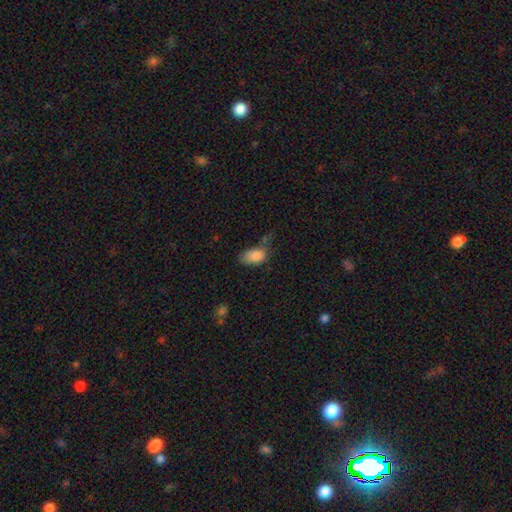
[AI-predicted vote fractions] Smooth or featured? Predicted: smooth (p=0.85). How rounded? Predicted: in between (p=0.91). Merging? Predicted: none (p=0.45).